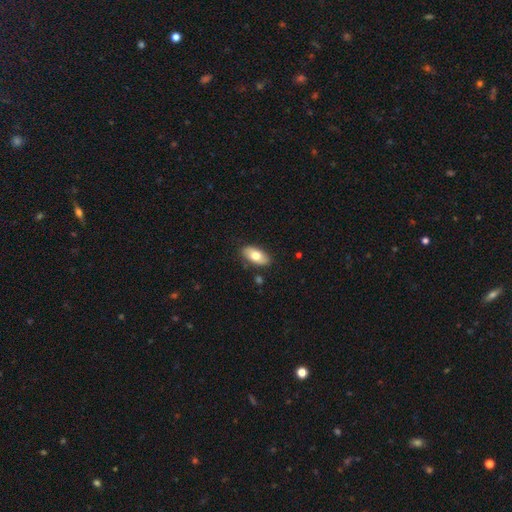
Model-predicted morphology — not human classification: Q: Smooth or featured?
A: smooth (74%); runner-up: featured or disk (20%)
Q: How rounded?
A: in between (92%); runner-up: cigar-shaped (4%)
Q: Merging?
A: none (85%); runner-up: minor disturbance (11%)